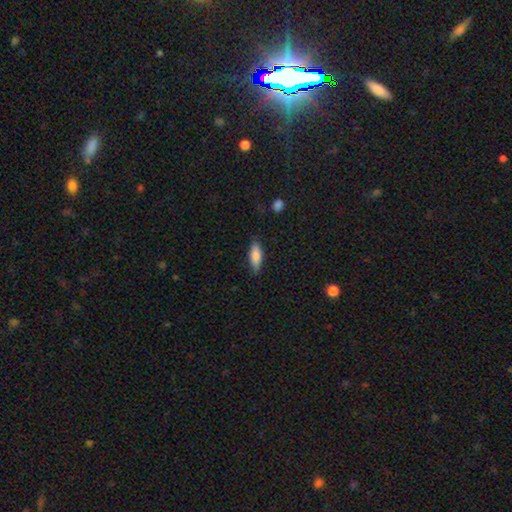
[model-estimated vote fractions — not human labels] Smooth or featured: smooth — 80% (featured or disk — 14%)
How rounded: in between — 58% (cigar-shaped — 40%)
Merging: none — 80% (minor disturbance — 15%)